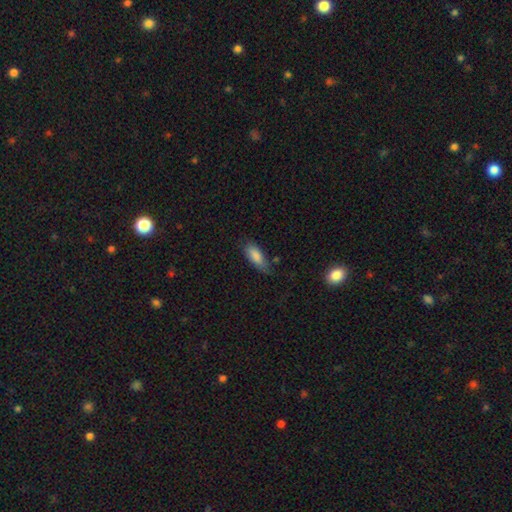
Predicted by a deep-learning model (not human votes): A smooth galaxy with no disk features (86%) that is in between round and cigar-shaped (78%). Merging: none (64%).